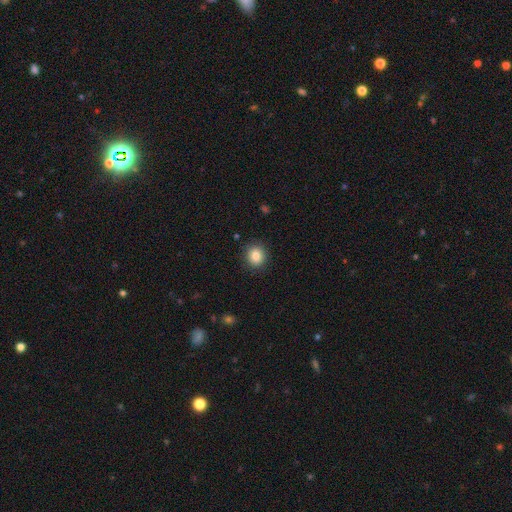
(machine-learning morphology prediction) This appears to be a smooth galaxy with no disk features (84%) that is round (81%). Merging: none (89%).